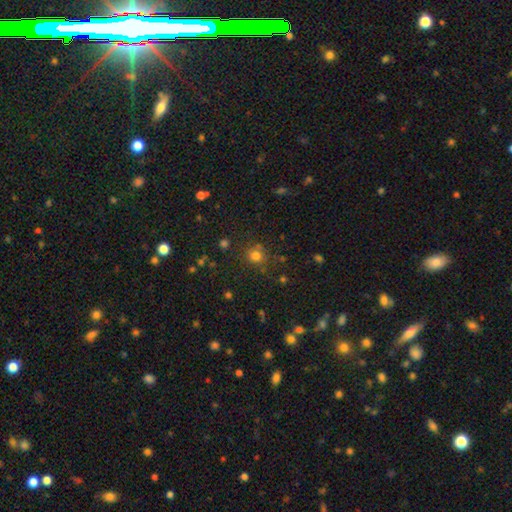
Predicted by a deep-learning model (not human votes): A smooth galaxy with no disk features (75%) that is round (87%). Merging: none (77%).